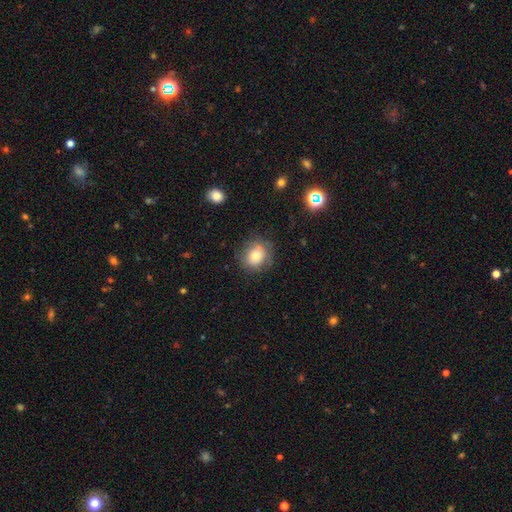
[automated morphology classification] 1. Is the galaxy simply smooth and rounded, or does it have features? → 75% smooth, 15% featured or disk, 10% star or artifact.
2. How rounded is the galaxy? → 67% round, 32% in between, 1% cigar-shaped.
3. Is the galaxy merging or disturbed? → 76% none, 17% minor disturbance, 6% major disturbance, 2% merger.